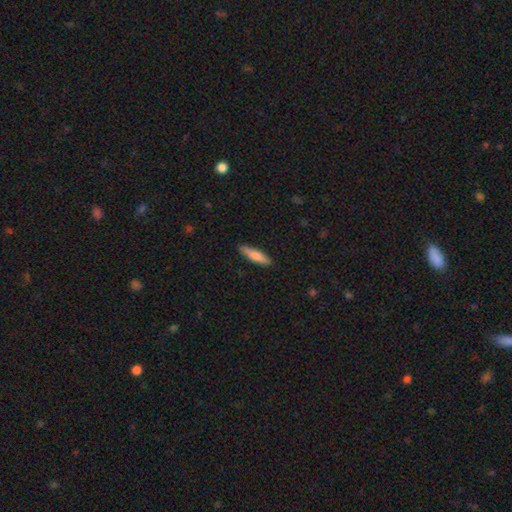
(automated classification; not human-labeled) smooth_or_featured: smooth (p=0.79) [alt: featured or disk p=0.15]
how_rounded: cigar-shaped (p=0.68) [alt: in between p=0.30]
merging: none (p=0.86) [alt: minor disturbance p=0.11]